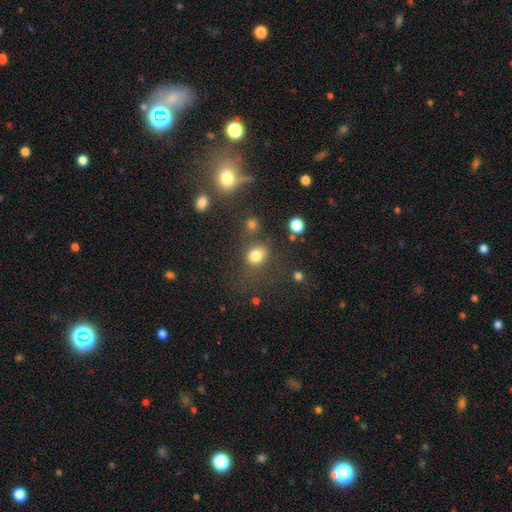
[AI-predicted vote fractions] Smooth or featured? Predicted: smooth (p=0.79). How rounded? Predicted: round (p=0.66). Merging? Predicted: none (p=0.63).